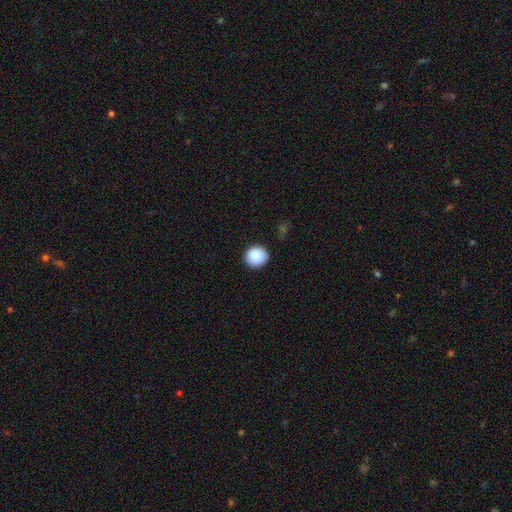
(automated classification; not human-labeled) Overall: smooth (89%). How rounded: round (92%). Merging: none (89%).